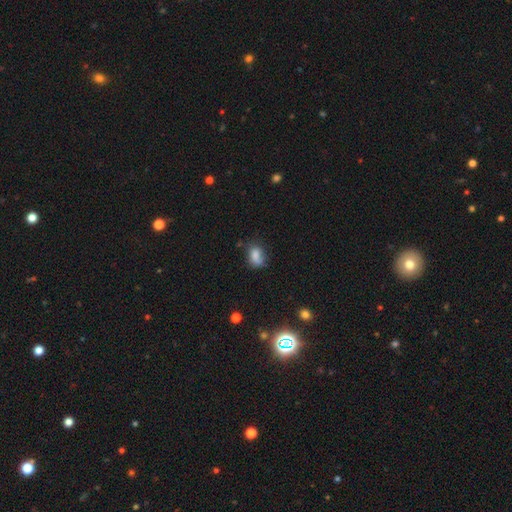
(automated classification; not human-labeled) A smooth galaxy with no disk features (75%) that is in between round and cigar-shaped (72%). Merging: none (52%).